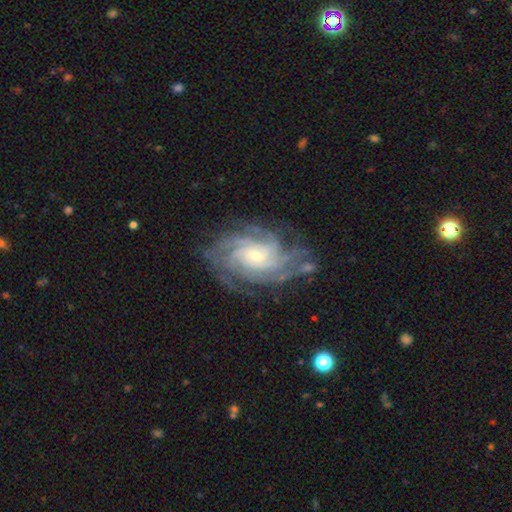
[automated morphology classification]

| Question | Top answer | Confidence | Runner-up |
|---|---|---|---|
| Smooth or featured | featured or disk | 90% | star or artifact (5%) |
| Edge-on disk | no | 97% | yes (3%) |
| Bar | no | 58% | weak (34%) |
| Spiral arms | yes | 98% | no (2%) |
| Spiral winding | tight | 70% | medium (26%) |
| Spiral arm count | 4 | 33% | can't tell (19%) |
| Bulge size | small | 60% | moderate (35%) |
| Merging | none | 74% | minor disturbance (17%) |